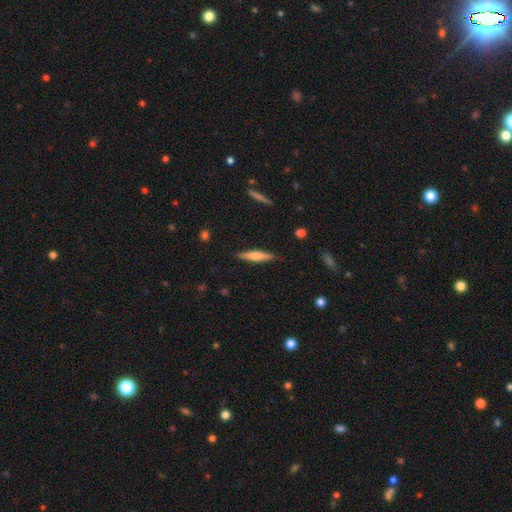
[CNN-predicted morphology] Overall: smooth (53%; featured or disk 41%). How rounded: cigar-shaped (87%). Merging: none (87%).